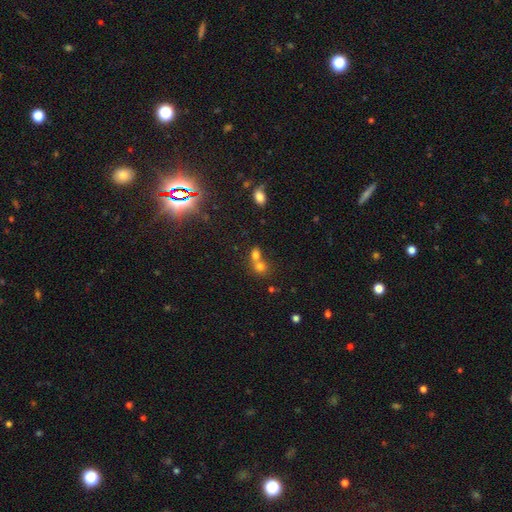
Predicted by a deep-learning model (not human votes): Overall: smooth (71%). How rounded: round (58%; in between 40%). Merging: merger (62%; none 29%).